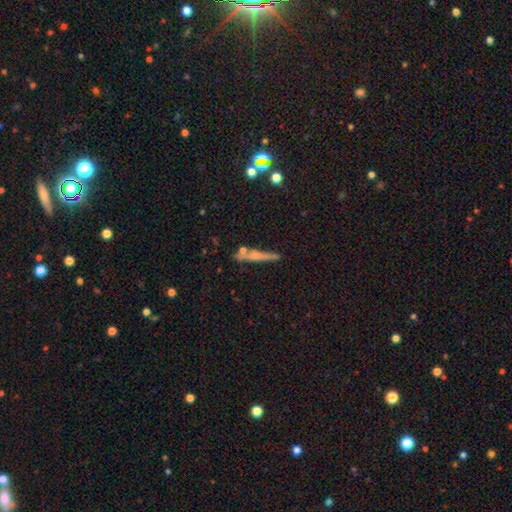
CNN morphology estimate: smooth_or_featured: featured or disk (p=0.50) [alt: smooth p=0.41]
merging: none (p=0.71) [alt: minor disturbance p=0.15]